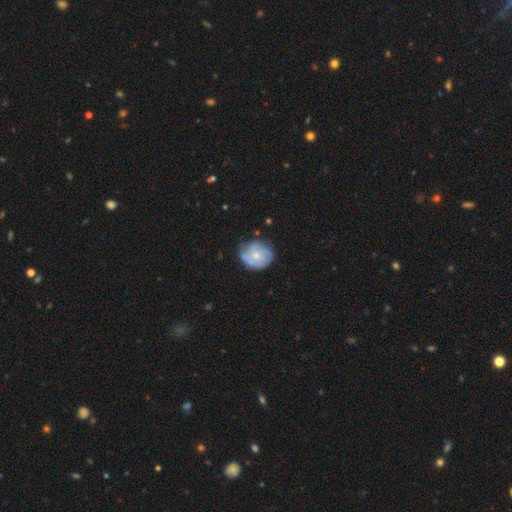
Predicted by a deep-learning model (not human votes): This is likely a featured or disk galaxy (62%). It is clearly not viewed edge-on (98%). Bar: likely no (79%). Spiral arm pattern: clearly yes (85%). Spiral arm count: marginally can't tell (32%). Spiral winding: possibly tight (49%). Central bulge: likely small (63%). Merging: likely none (63%).